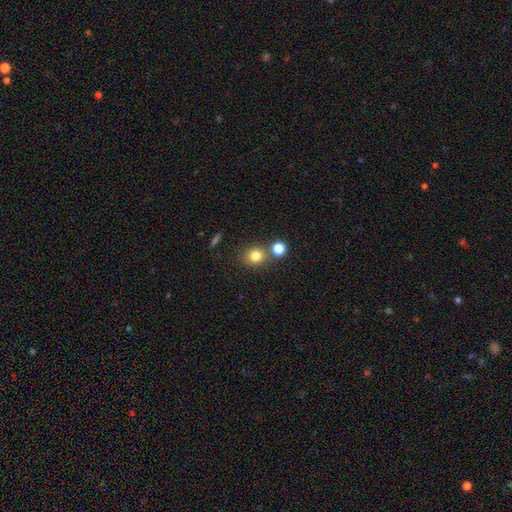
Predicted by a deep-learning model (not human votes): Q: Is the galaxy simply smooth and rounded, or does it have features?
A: smooth — 81%.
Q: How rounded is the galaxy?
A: round — 79%.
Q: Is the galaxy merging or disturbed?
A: none — 69%.